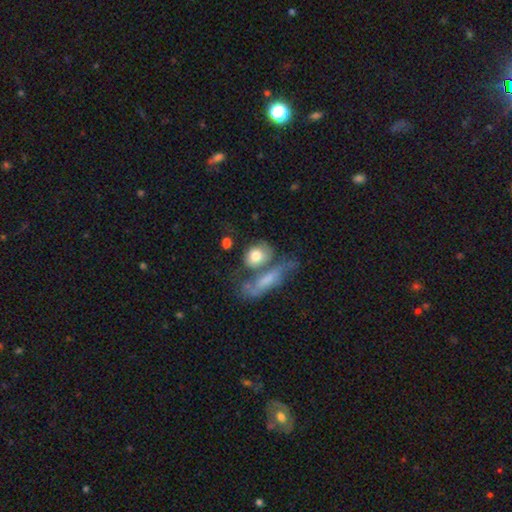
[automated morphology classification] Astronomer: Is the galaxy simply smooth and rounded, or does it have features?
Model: smooth — 71%.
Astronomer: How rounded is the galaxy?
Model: in between — 55% (runner-up: round, 37%).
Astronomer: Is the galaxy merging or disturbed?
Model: merger — 40% (runner-up: none, 32%).